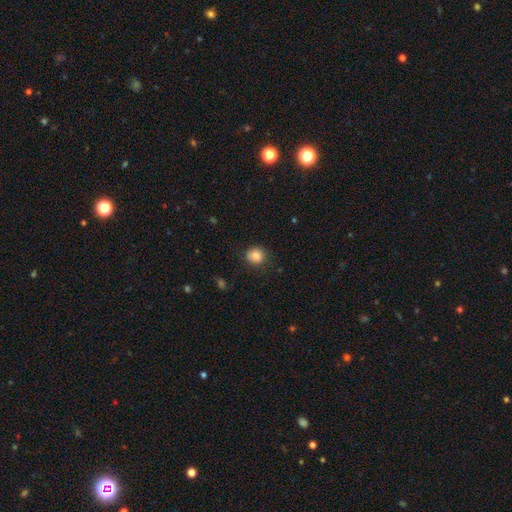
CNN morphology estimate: This appears to be a smooth galaxy with no disk features (84%) that is round (83%). Merging: none (81%).